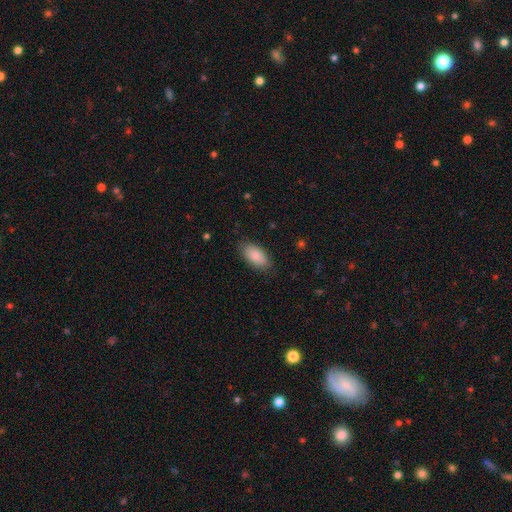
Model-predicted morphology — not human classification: A smooth galaxy with no disk features (88%) that is in between round and cigar-shaped (92%).

Vote fractions:
- Smooth or featured? smooth: 88% / star or artifact: 6% / featured or disk: 6%
- How rounded? in between: 92% / cigar-shaped: 6% / round: 2%
- Merging? none: 84% / minor disturbance: 12% / major disturbance: 3% / merger: 1%